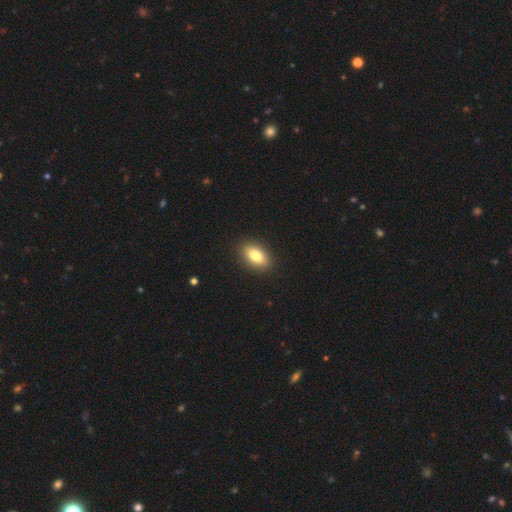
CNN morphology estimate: Smooth or featured? Predicted: smooth (p=0.80). How rounded? Predicted: in between (p=0.88). Merging? Predicted: none (p=0.90).